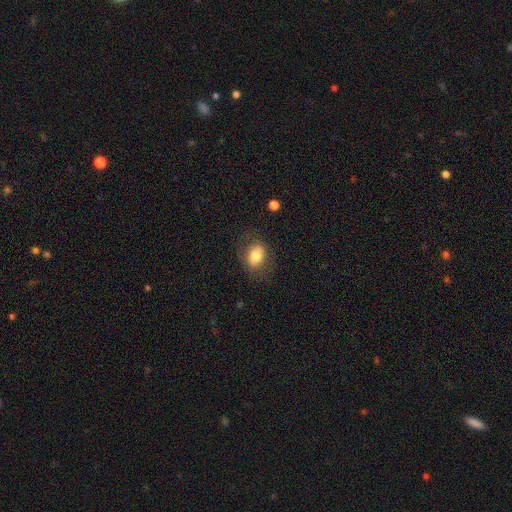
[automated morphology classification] The model was most divided on "how rounded": in between: 69%, round: 30%, cigar-shaped: 1%. More confident: merging — none (76%); smooth or featured — smooth (76%).